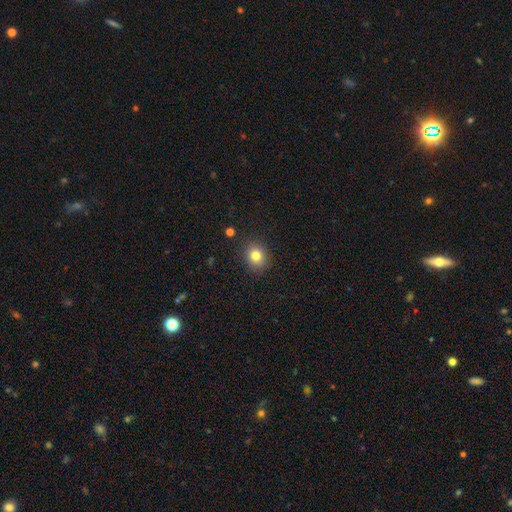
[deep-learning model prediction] Q: Smooth or featured?
A: smooth (80%); runner-up: star or artifact (12%)
Q: How rounded?
A: round (74%); runner-up: in between (25%)
Q: Merging?
A: none (88%); runner-up: minor disturbance (8%)